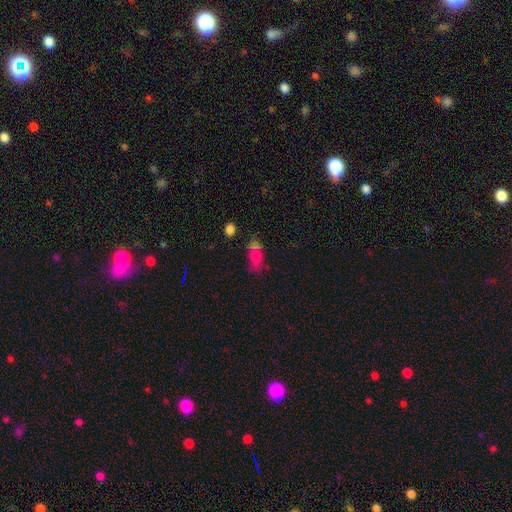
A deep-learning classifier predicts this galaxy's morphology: Smooth or featured? smooth (69%)
How rounded? in between (83%)
Merging? none (52%)